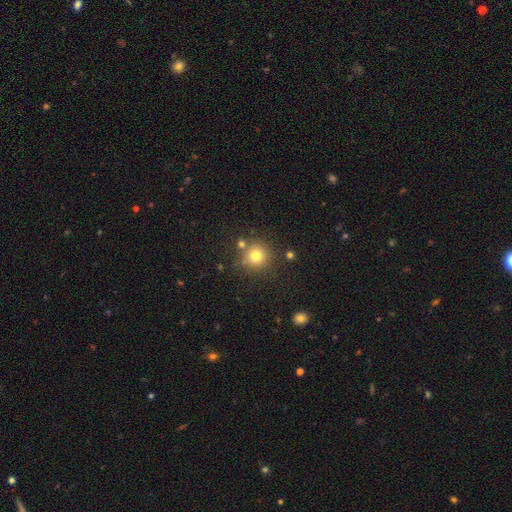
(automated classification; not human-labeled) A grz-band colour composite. It shows a smooth galaxy with no disk features (77%) that is round (94%). Merging: none (79%).